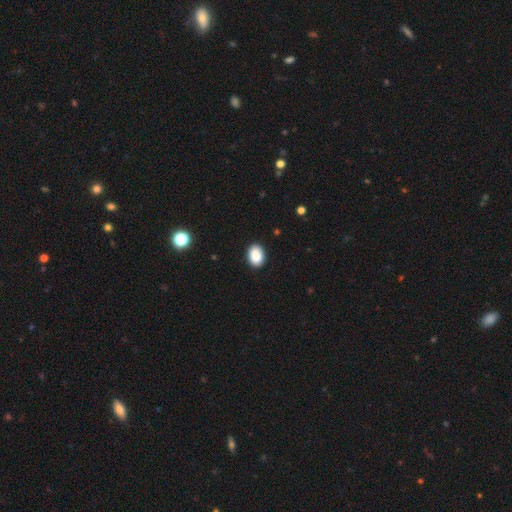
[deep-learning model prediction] smooth 88%, star or artifact 8%, featured or disk 4%. Down the decision tree: how rounded — in between (77%); merging — none (90%).